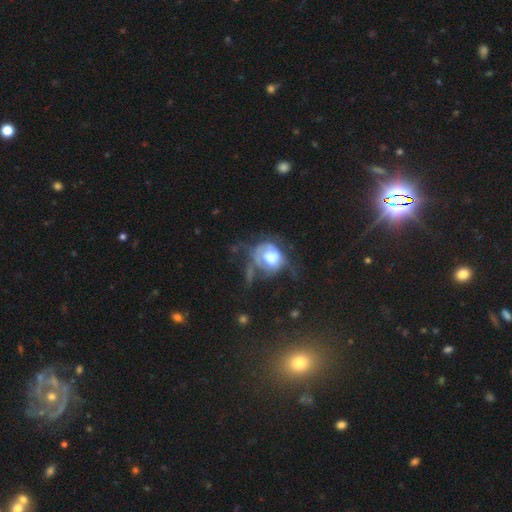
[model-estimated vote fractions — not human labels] smooth_or_featured: featured or disk (p=0.38) [alt: star or artifact p=0.34]
merging: none (p=0.39) [alt: major disturbance p=0.31]